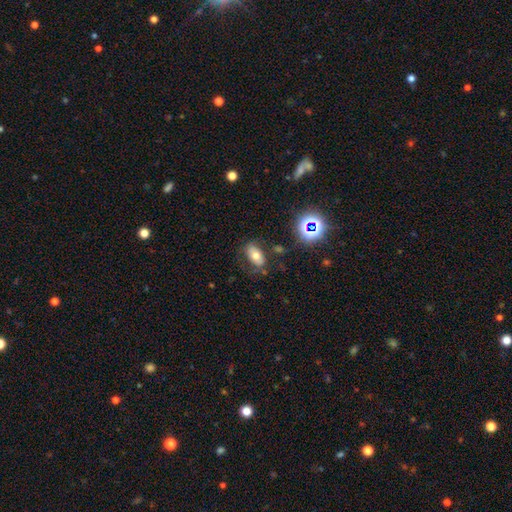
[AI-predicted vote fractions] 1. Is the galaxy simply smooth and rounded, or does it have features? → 63% smooth, 22% featured or disk, 15% star or artifact.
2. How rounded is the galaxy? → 90% in between, 7% round, 3% cigar-shaped.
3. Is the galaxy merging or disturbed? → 69% none, 18% minor disturbance, 8% major disturbance, 4% merger.